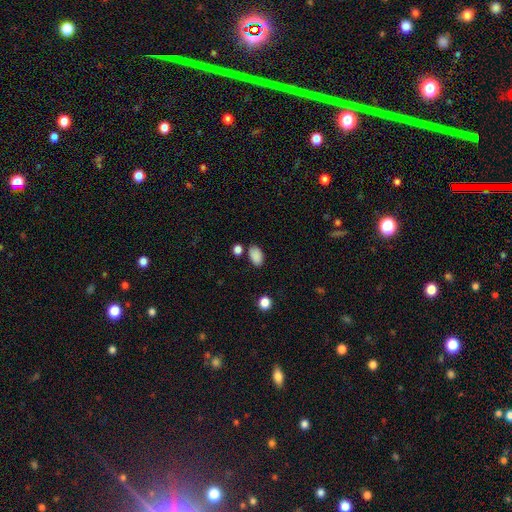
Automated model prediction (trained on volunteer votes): This is clearly a smooth galaxy (87%). How rounded: clearly in between (90%). Merging: likely none (76%).